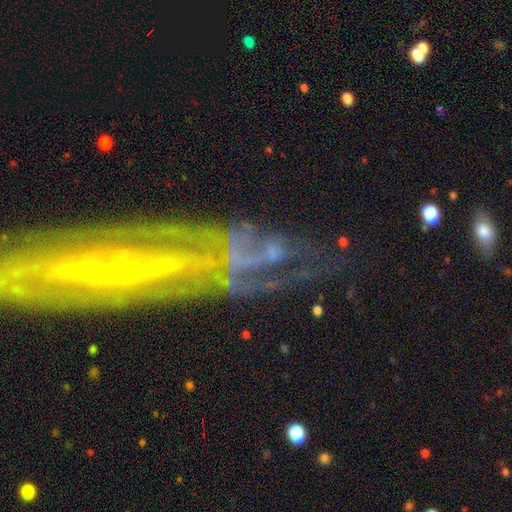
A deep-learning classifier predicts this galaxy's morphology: smooth-or-featured: featured or disk: 80% | star or artifact: 11% | smooth: 9%
  disk-edge-on: no: 75% | yes: 25%
    bar: no: 39% | strong: 36% | weak: 25%
    has-spiral-arms: yes: 81% | no: 19%
    bulge-size: small: 77% | moderate: 11% | none: 8% | large: 2% | dominant: 2%
  merging: none: 57% | minor disturbance: 19% | major disturbance: 17% | merger: 7%